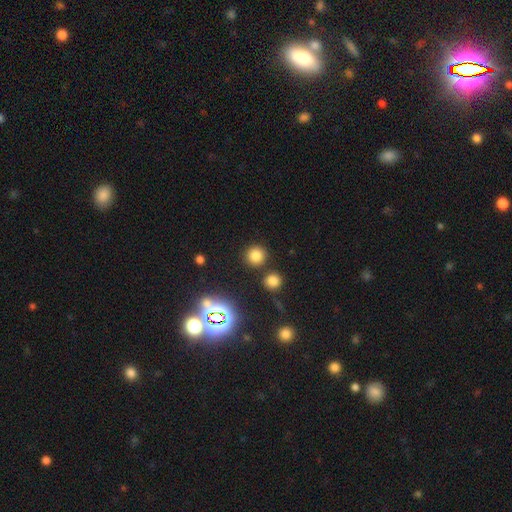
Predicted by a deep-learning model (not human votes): Smooth or featured: smooth — 76% (star or artifact — 18%)
How rounded: round — 92% (in between — 7%)
Merging: none — 84% (minor disturbance — 7%)